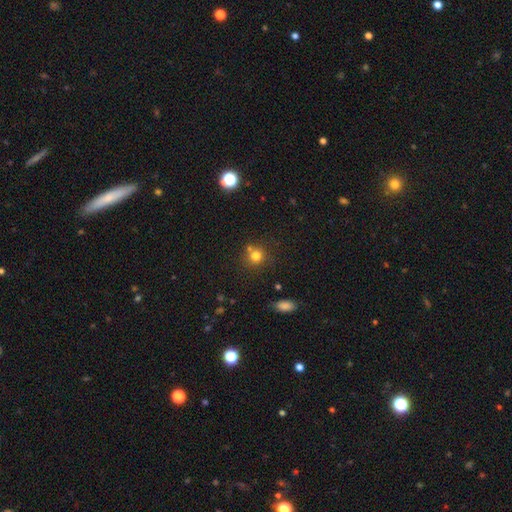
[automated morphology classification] smooth-or-featured: smooth: 77% | star or artifact: 15% | featured or disk: 8%
  how-rounded: round: 89% | in between: 10% | cigar-shaped: 1%
  merging: none: 68% | merger: 18% | minor disturbance: 10% | major disturbance: 4%